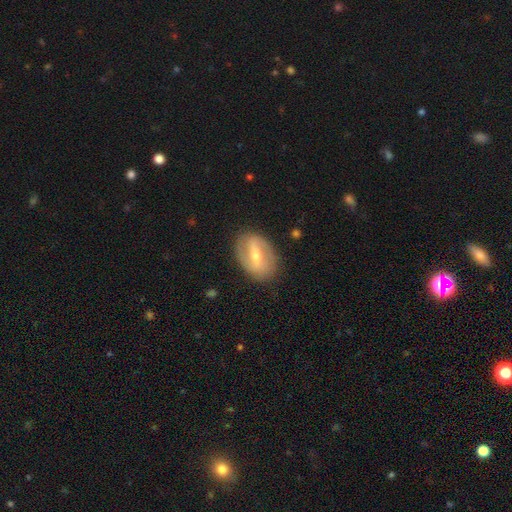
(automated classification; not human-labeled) Smooth or featured?
  - featured or disk: 72% *
  - smooth: 22%
  - star or artifact: 6%
Edge-on disk?
  - no: 94% *
  - yes: 6%
Bar?
  - strong: 52% *
  - weak: 35%
  - no: 12%
Spiral arms?
  - yes: 71% *
  - no: 29%
Bulge size?
  - moderate: 48% * (tied)
  - small: 48% * (tied)
  - large: 2%
  - none: 1%
  - dominant: 1%
Merging?
  - none: 82% *
  - minor disturbance: 12%
  - major disturbance: 4%
  - merger: 1%